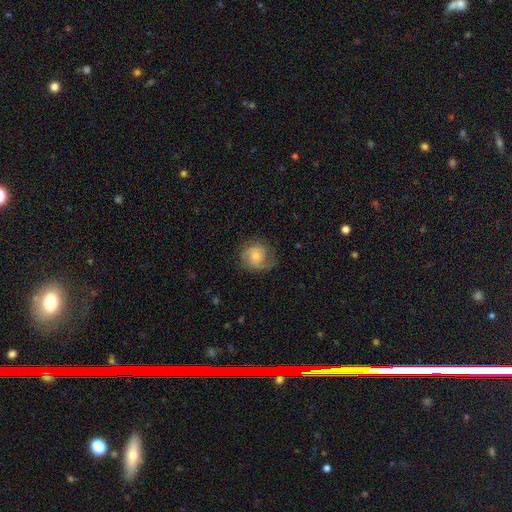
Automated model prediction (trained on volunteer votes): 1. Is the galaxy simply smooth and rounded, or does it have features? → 54% smooth, 39% featured or disk, 8% star or artifact.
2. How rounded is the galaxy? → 82% round, 17% in between, 1% cigar-shaped.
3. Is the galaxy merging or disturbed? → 62% none, 23% minor disturbance, 13% major disturbance, 1% merger.